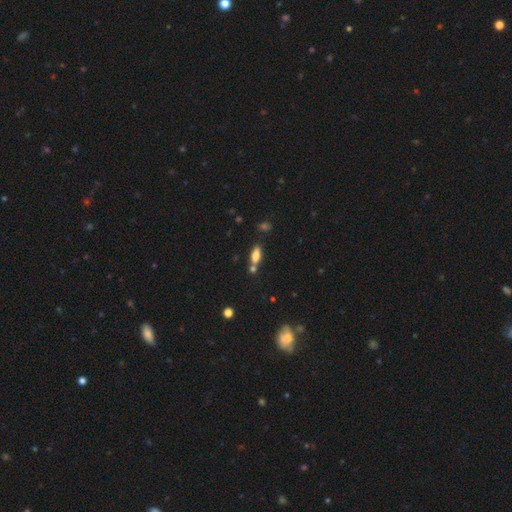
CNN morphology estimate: Overall: smooth (73%). How rounded: in between (72%). Merging: none (60%; merger 23%).